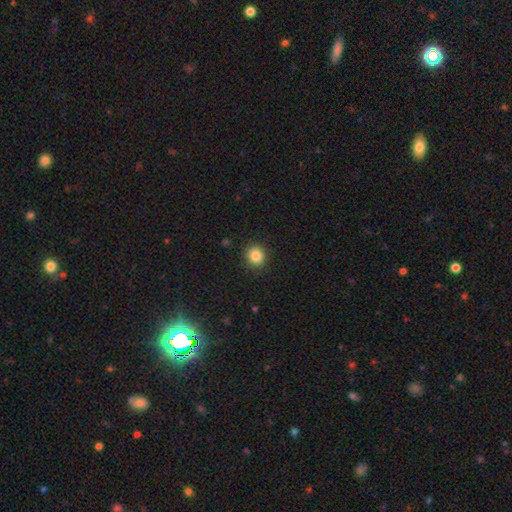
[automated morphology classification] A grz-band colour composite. It shows a smooth galaxy with no disk features (85%) that is round (85%). Merging: none (91%).